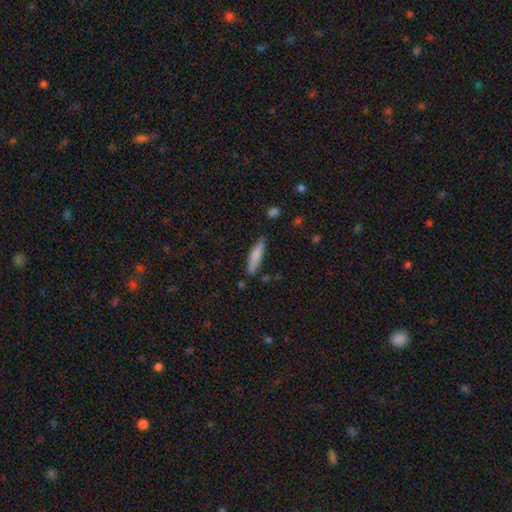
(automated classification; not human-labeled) Smooth or featured? Predicted: smooth (p=0.80). How rounded? Predicted: cigar-shaped (p=0.76). Merging? Predicted: none (p=0.79).